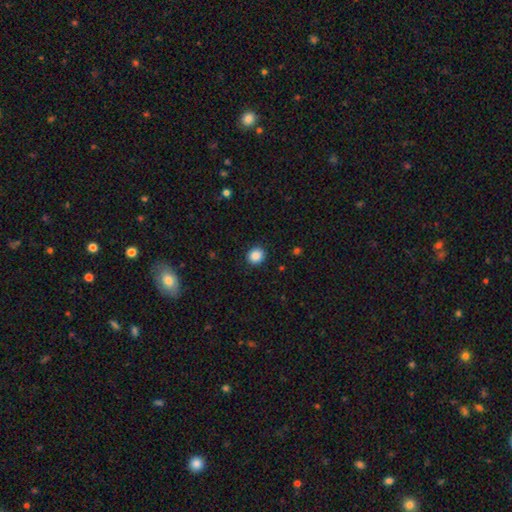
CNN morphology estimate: smooth_or_featured: smooth (p=0.87) [alt: star or artifact p=0.10]
how_rounded: round (p=0.86) [alt: in between p=0.13]
merging: none (p=0.91) [alt: minor disturbance p=0.06]